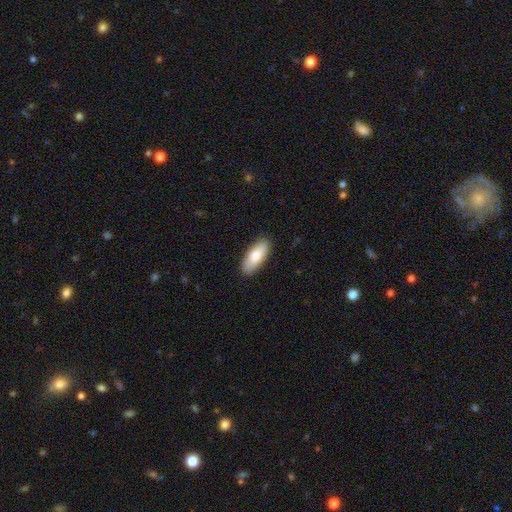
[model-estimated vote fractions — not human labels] Smooth or featured: smooth — 78% (featured or disk — 16%)
How rounded: in between — 78% (cigar-shaped — 20%)
Merging: none — 89% (minor disturbance — 8%)